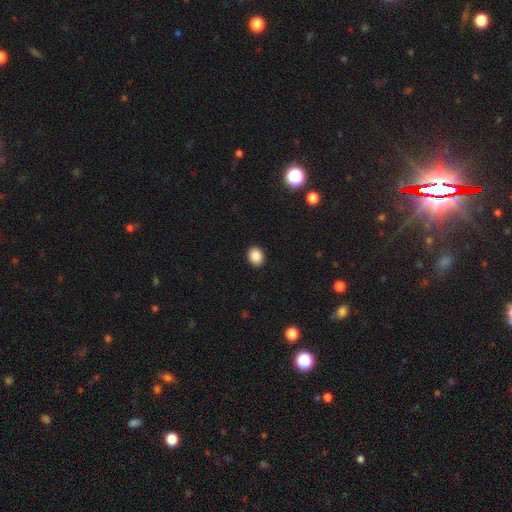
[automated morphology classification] A smooth galaxy with no disk features (87%) that is round (52%).

Vote fractions:
- Smooth or featured? smooth: 87% / star or artifact: 9% / featured or disk: 4%
- How rounded? round: 52% / in between: 47% / cigar-shaped: 1%
- Merging? none: 92% / minor disturbance: 6% / major disturbance: 2% / merger: 1%